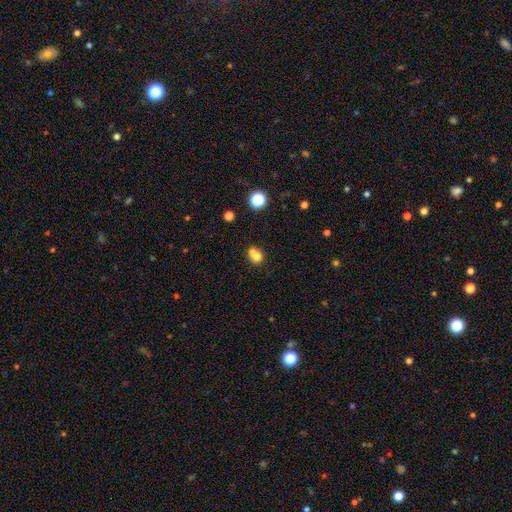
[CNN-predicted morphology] A smooth galaxy with no disk features (71%) that is round (63%).

Vote fractions:
- Smooth or featured? smooth: 71% / featured or disk: 15% / star or artifact: 14%
- How rounded? round: 63% / in between: 36% / cigar-shaped: 1%
- Merging? merger: 56% / none: 31% / minor disturbance: 9% / major disturbance: 5%